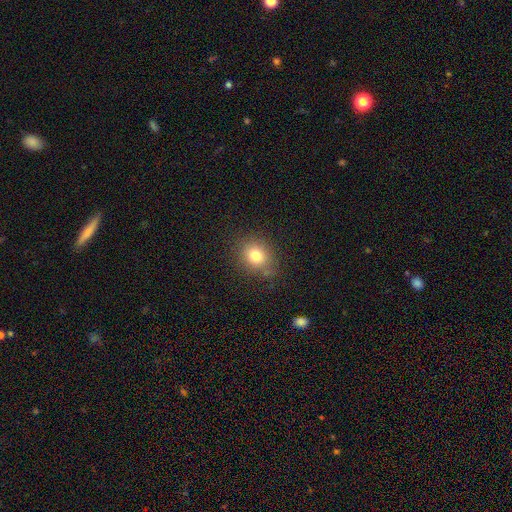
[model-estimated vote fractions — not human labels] Smooth or featured? smooth (78%)
How rounded? round (73%)
Merging? none (81%)